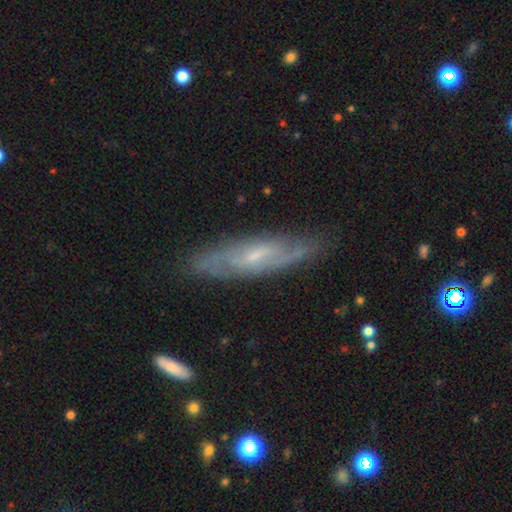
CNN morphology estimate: smooth_or_featured: featured or disk (p=0.73) [alt: smooth p=0.21]
disk_edge_on: no (p=0.70) [alt: yes p=0.30]
bar: weak (p=0.53) [alt: no p=0.29]
has_spiral_arms: yes (p=0.81) [alt: no p=0.19]
bulge_size: small (p=0.62) [alt: moderate p=0.28]
merging: none (p=0.75) [alt: minor disturbance p=0.18]